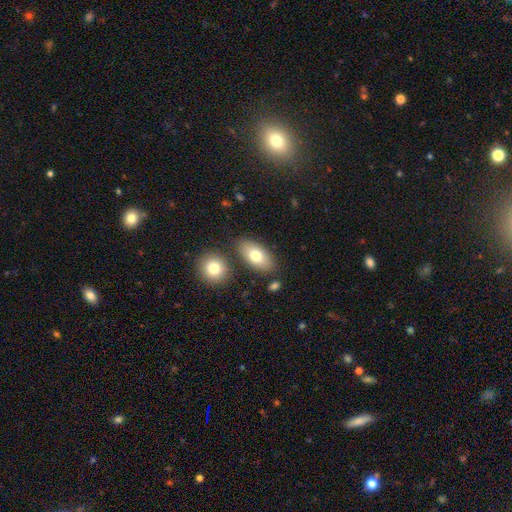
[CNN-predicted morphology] This appears to be a smooth galaxy with no disk features (76%) that is in between round and cigar-shaped (91%). Merging: none (78%).